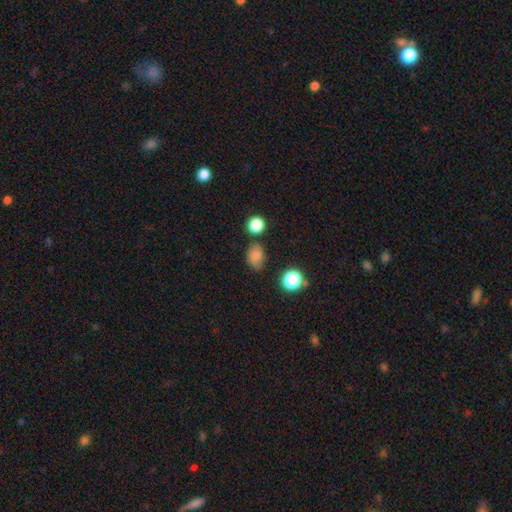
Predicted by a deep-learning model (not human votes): smooth_or_featured: smooth (p=0.71) [alt: featured or disk p=0.15]
how_rounded: in between (p=0.63) [alt: round p=0.36]
merging: none (p=0.66) [alt: minor disturbance p=0.22]